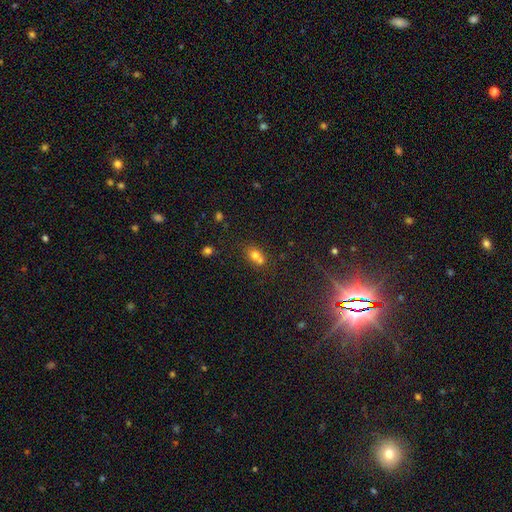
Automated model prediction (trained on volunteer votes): Smooth or featured: smooth — 70% (star or artifact — 15%)
How rounded: in between — 50% (round — 49%)
Merging: merger — 49% (none — 37%)